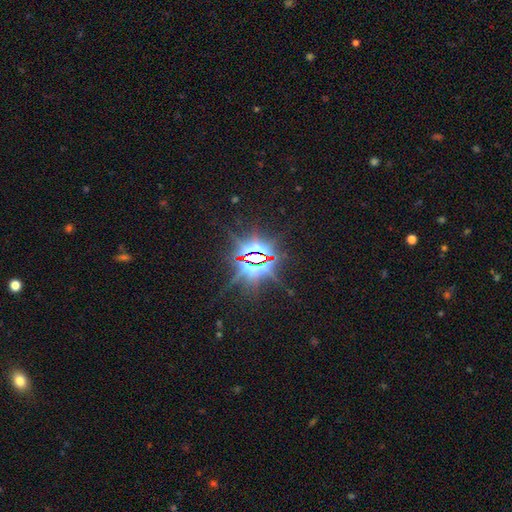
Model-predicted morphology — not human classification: A star or artifact, not a galaxy (85%).